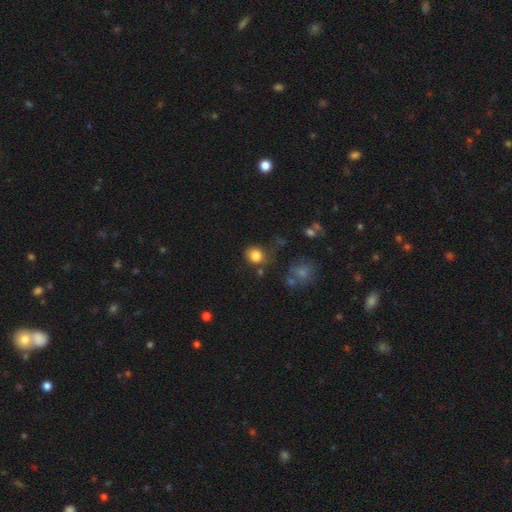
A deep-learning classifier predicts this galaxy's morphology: Q: Smooth or featured?
A: smooth (83%); runner-up: star or artifact (11%)
Q: How rounded?
A: round (74%); runner-up: in between (25%)
Q: Merging?
A: none (73%); runner-up: minor disturbance (16%)